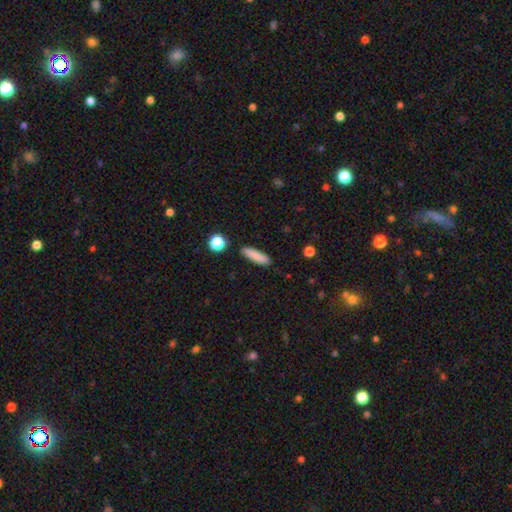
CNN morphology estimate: Smooth or featured? smooth (85%)
How rounded? cigar-shaped (70%)
Merging? none (88%)